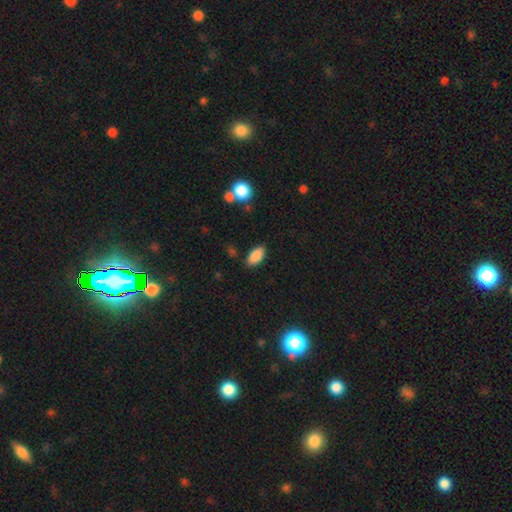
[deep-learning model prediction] smooth 87%, star or artifact 8%, featured or disk 5%. Down the decision tree: how rounded — in between (91%); merging — none (84%).